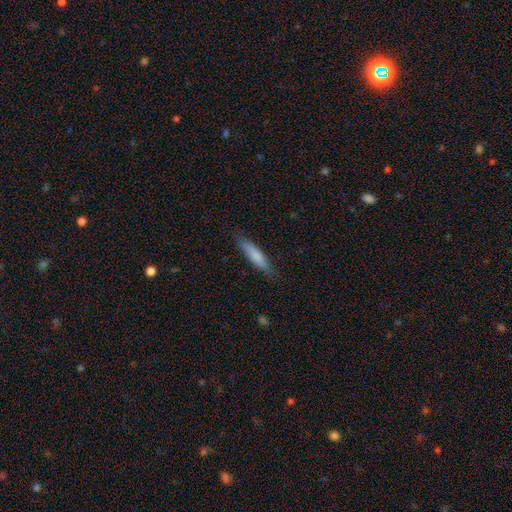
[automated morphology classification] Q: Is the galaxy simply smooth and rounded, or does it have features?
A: smooth — 79%.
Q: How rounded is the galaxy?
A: cigar-shaped — 80%.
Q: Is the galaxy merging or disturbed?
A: none — 81%.